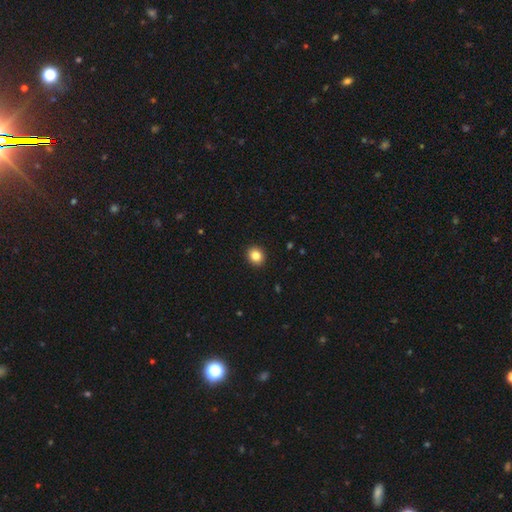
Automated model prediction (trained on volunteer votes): Q: Smooth or featured?
A: smooth (85%); runner-up: star or artifact (10%)
Q: How rounded?
A: round (72%); runner-up: in between (27%)
Q: Merging?
A: none (92%); runner-up: minor disturbance (5%)